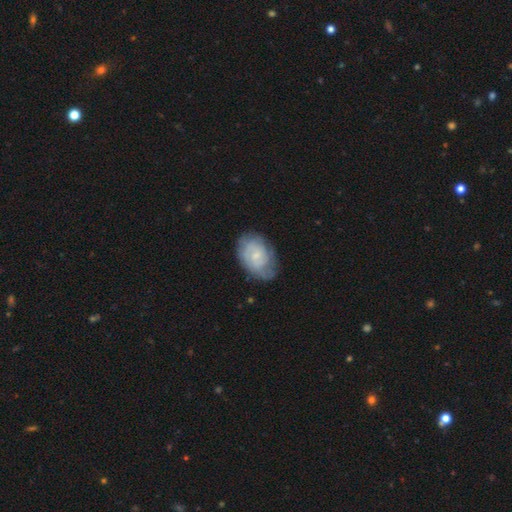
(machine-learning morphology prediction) Overall: featured or disk (54%; smooth 40%). Edge-on disk: no (96%). Bar: no (69%). Spiral arms: yes (77%). Bulge size: small (62%; moderate 26%). Merging: none (67%).